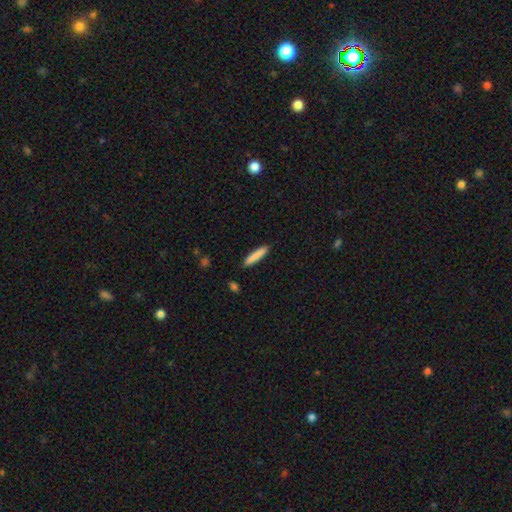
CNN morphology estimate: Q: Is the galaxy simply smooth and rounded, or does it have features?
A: smooth — 83%.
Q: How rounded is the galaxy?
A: cigar-shaped — 91%.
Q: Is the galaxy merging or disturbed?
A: none — 89%.